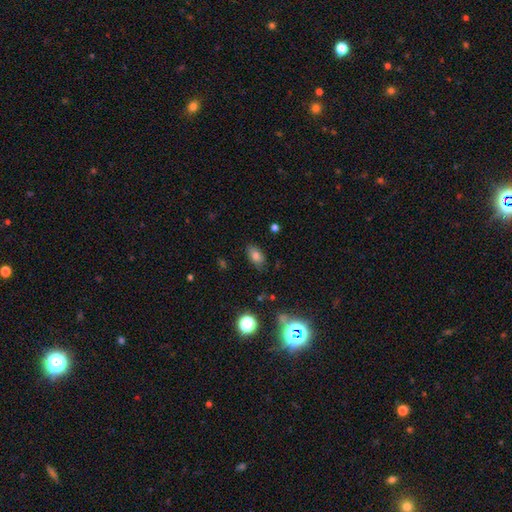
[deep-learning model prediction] Q: Smooth or featured?
A: smooth (77%); runner-up: star or artifact (13%)
Q: How rounded?
A: in between (89%); runner-up: round (8%)
Q: Merging?
A: none (81%); runner-up: minor disturbance (14%)